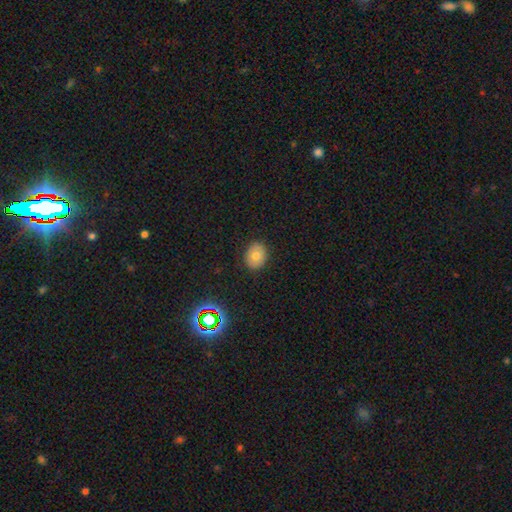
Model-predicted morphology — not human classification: smooth 74%, featured or disk 14%, star or artifact 12%. Down the decision tree: how rounded — in between (51%); merging — none (88%).